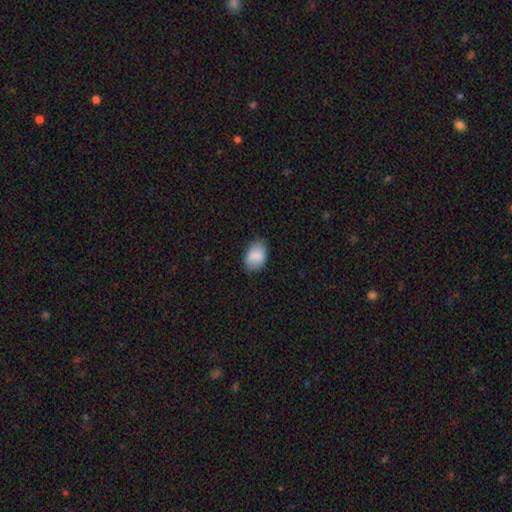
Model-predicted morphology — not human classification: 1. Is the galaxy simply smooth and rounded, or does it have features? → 85% smooth, 8% featured or disk, 7% star or artifact.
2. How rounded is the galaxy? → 83% in between, 16% round, 1% cigar-shaped.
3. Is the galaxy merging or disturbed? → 76% none, 19% minor disturbance, 4% major disturbance, 1% merger.